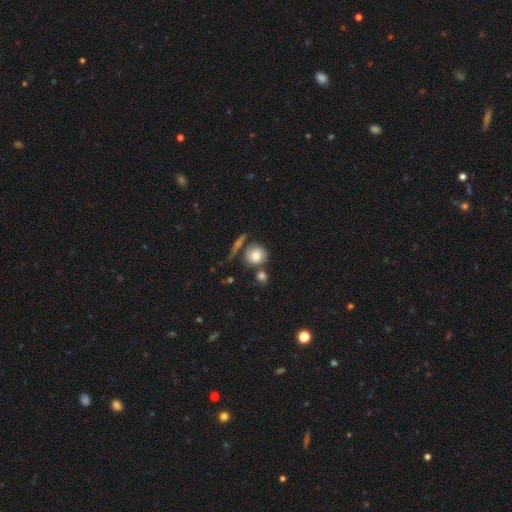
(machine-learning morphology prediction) A smooth galaxy with no disk features (76%) that is round (87%). Merging: none (61%).